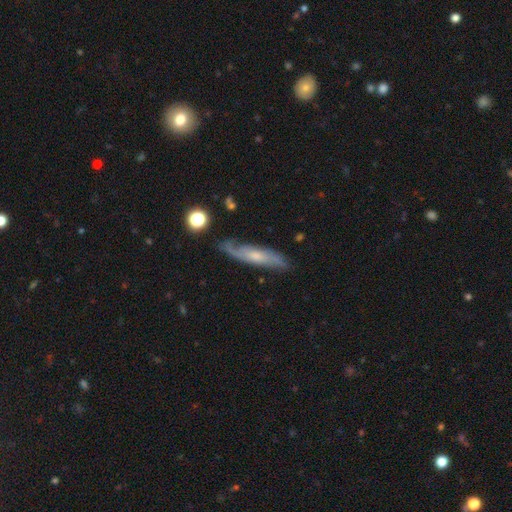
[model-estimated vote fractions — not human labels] Smooth or featured? featured or disk (67%)
Edge-on disk? no (62%)
Merging? none (73%)